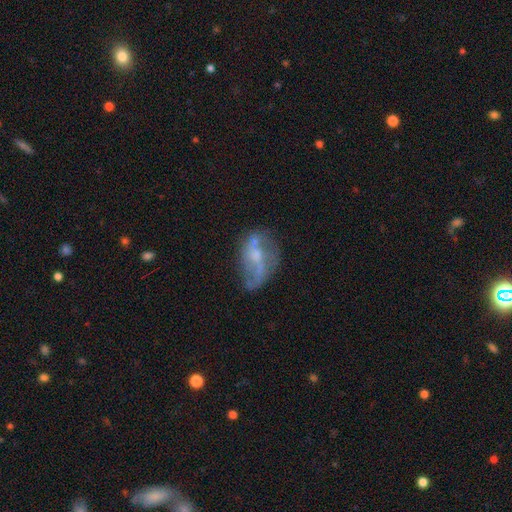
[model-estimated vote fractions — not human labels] smooth_or_featured: featured or disk (p=0.61) [alt: smooth p=0.29]
disk_edge_on: no (p=0.94) [alt: yes p=0.06]
bar: no (p=0.59) [alt: weak p=0.31]
has_spiral_arms: no (p=0.56) [alt: yes p=0.44]
bulge_size: small (p=0.39) [alt: moderate p=0.29]
merging: none (p=0.40) [alt: minor disturbance p=0.25]